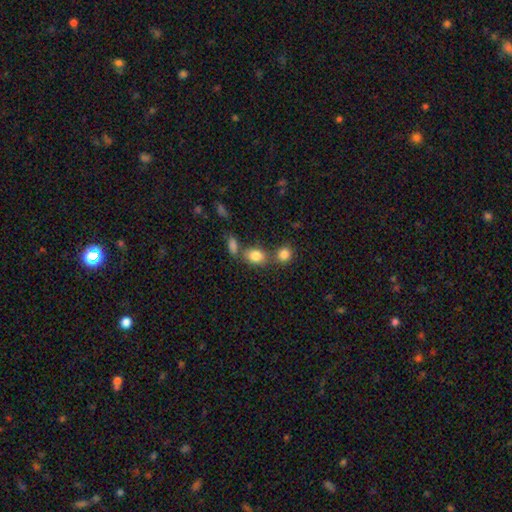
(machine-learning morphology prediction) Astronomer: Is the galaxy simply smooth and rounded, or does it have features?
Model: smooth — 82%.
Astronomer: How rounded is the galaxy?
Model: in between — 63%.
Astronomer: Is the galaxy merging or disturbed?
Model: none — 52% (runner-up: merger, 30%).